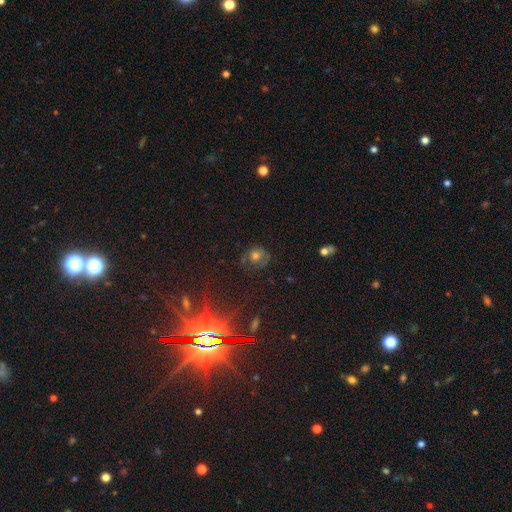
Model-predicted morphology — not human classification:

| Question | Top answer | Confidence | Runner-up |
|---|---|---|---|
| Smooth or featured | smooth | 49% | featured or disk (25%) |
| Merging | none | 64% | minor disturbance (20%) |